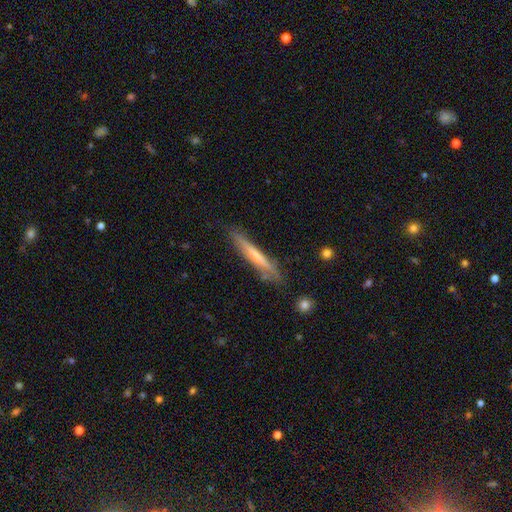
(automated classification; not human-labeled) This is possibly a featured or disk galaxy (51%). It is clearly viewed edge-on (90%). Merging: likely none (79%).